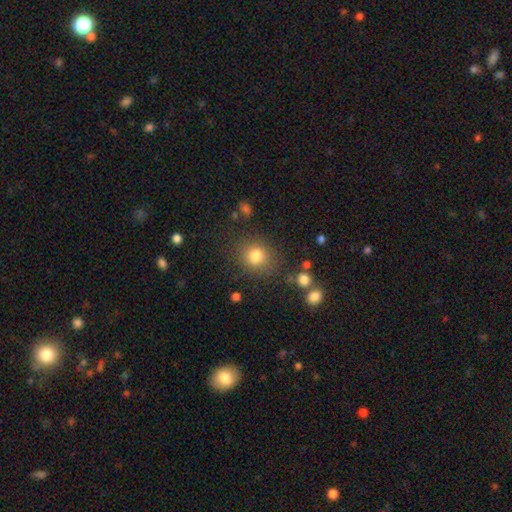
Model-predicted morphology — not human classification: The model was most divided on "how rounded": round: 82%, in between: 17%, cigar-shaped: 1%. More confident: merging — none (82%); smooth or featured — smooth (80%).